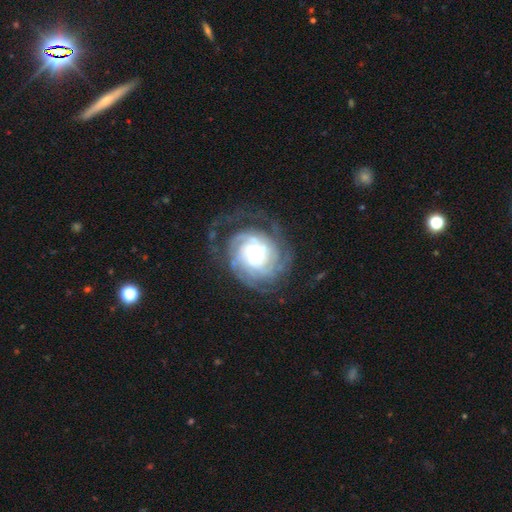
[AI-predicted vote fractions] The model was most divided on "spiral arm count": can't tell: 32%, 3: 20%, 2: 16%, 4: 14%, more than 4: 10%, 1: 8%. More confident: edge-on disk — no (98%); spiral arms — yes (96%); smooth or featured — featured or disk (86%); spiral winding — tight (72%); bar — no (69%); merging — none (68%); bulge size — moderate (57%).